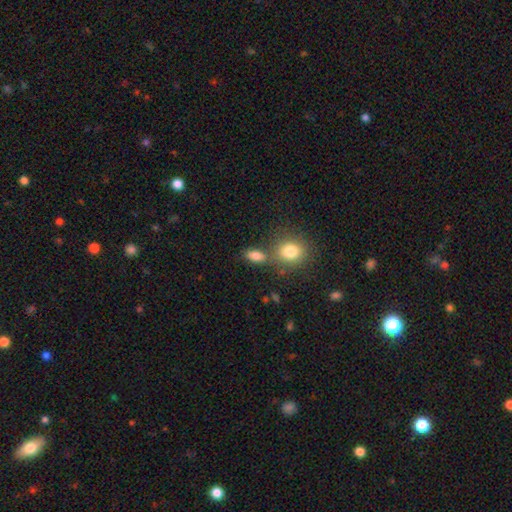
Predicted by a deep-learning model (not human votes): Q: Smooth or featured?
A: smooth (83%); runner-up: star or artifact (11%)
Q: How rounded?
A: in between (80%); runner-up: round (15%)
Q: Merging?
A: none (61%); runner-up: merger (22%)